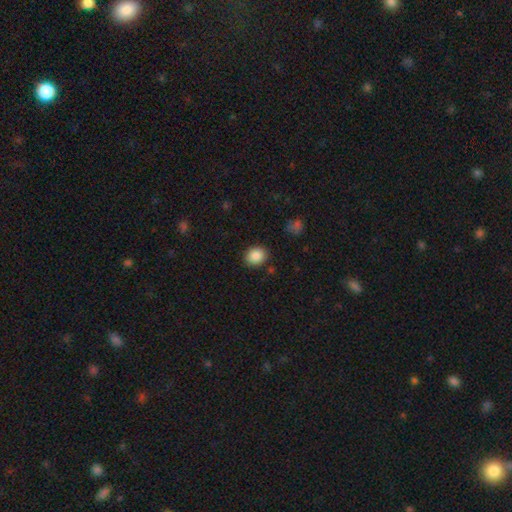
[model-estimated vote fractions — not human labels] Smooth or featured: smooth — 87% (star or artifact — 8%)
How rounded: round — 62% (in between — 37%)
Merging: none — 88% (minor disturbance — 8%)